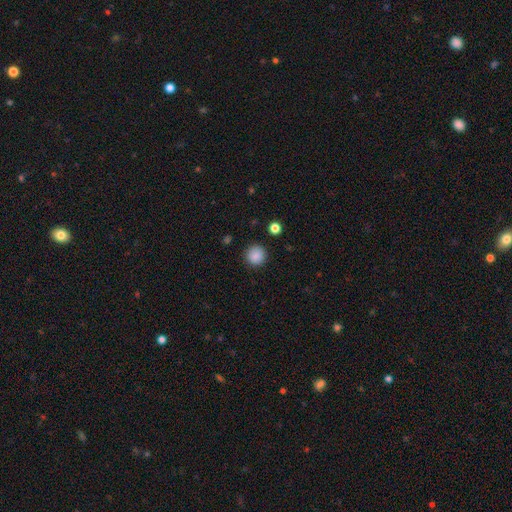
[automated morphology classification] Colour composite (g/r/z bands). It shows a smooth galaxy with no disk features (88%) that is round (95%). Merging: none (90%).